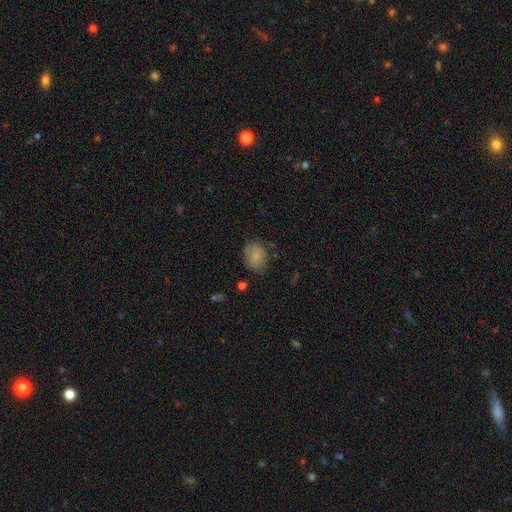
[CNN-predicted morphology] Smooth or featured?
  - smooth: 82% *
  - featured or disk: 10%
  - star or artifact: 8%
How rounded?
  - in between: 55% *
  - round: 44%
  - cigar-shaped: 1%
Merging?
  - none: 73% *
  - minor disturbance: 19%
  - major disturbance: 5%
  - merger: 2%